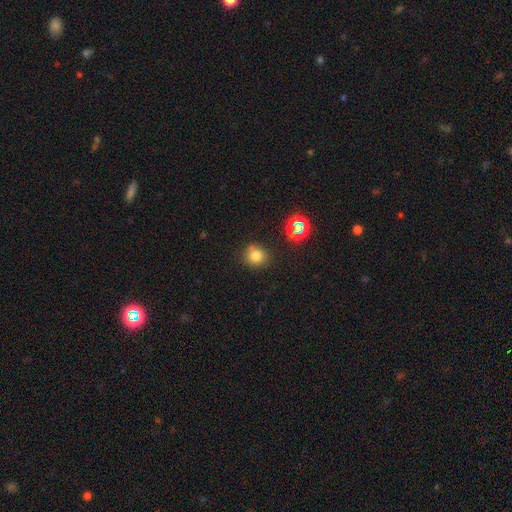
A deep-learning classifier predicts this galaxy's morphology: Smooth or featured? smooth (74%)
How rounded? round (83%)
Merging? none (76%)